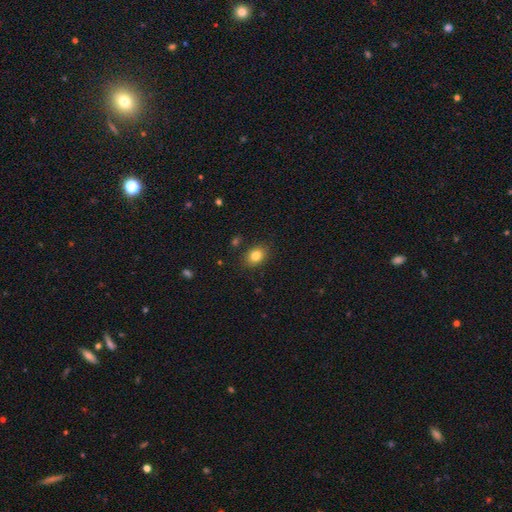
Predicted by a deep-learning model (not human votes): A smooth galaxy with no disk features (82%) that is in between round and cigar-shaped (66%).

Vote fractions:
- Smooth or featured? smooth: 82% / star or artifact: 10% / featured or disk: 8%
- How rounded? in between: 66% / round: 33% / cigar-shaped: 1%
- Merging? none: 86% / minor disturbance: 10% / major disturbance: 2% / merger: 2%